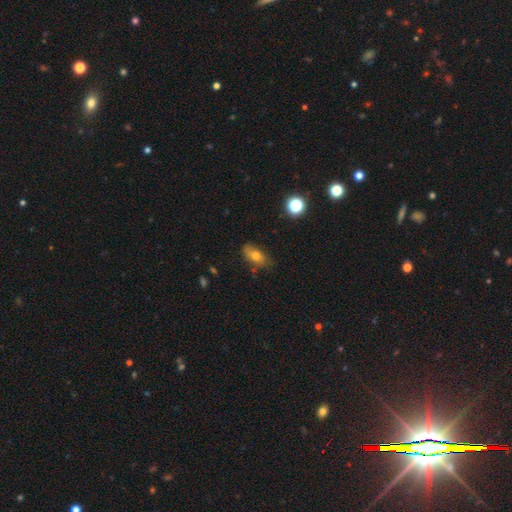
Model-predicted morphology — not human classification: Smooth or featured: smooth — 70% (featured or disk — 19%)
How rounded: in between — 83% (round — 11%)
Merging: none — 69% (minor disturbance — 23%)